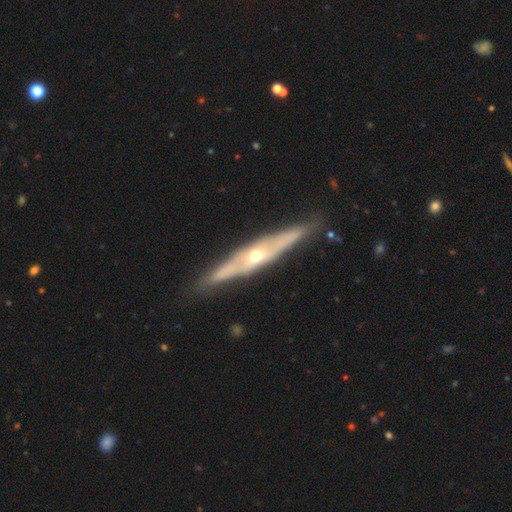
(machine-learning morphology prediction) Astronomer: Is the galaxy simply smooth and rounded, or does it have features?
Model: featured or disk — 79%.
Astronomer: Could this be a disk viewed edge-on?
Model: yes — 85%.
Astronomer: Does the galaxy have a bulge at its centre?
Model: rounded — 83%.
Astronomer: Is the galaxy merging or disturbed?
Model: none — 83%.